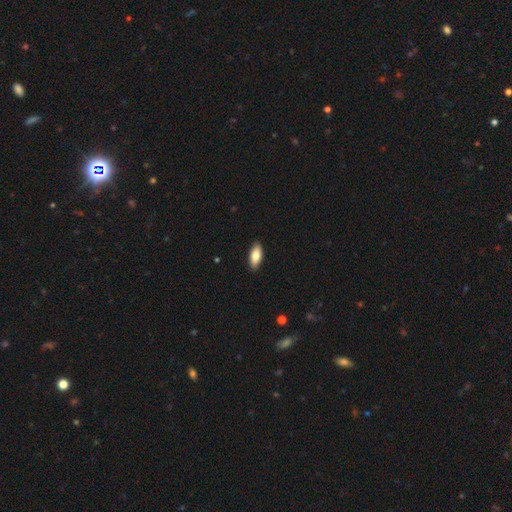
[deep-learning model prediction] Overall: smooth (84%). How rounded: in between (84%). Merging: none (90%).